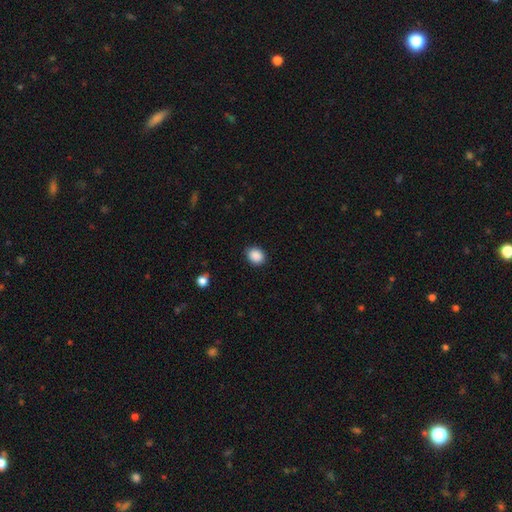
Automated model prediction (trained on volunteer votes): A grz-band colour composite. It shows a smooth galaxy with no disk features (89%) that is round (51%). Merging: none (88%).